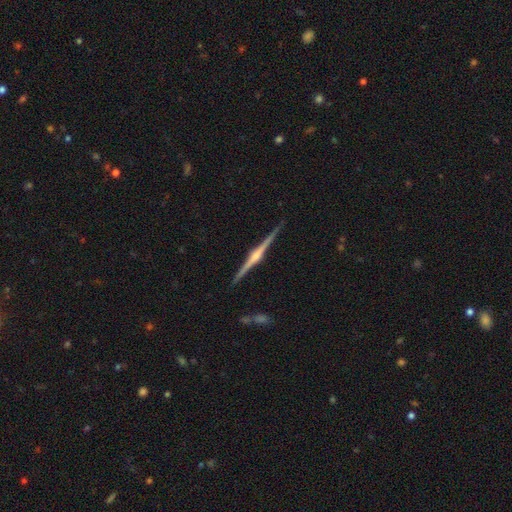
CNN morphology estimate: This appears to be a featured or disk galaxy (89%) viewed edge-on (99%) with a rounded central bulge (86%). Merging: none (91%).